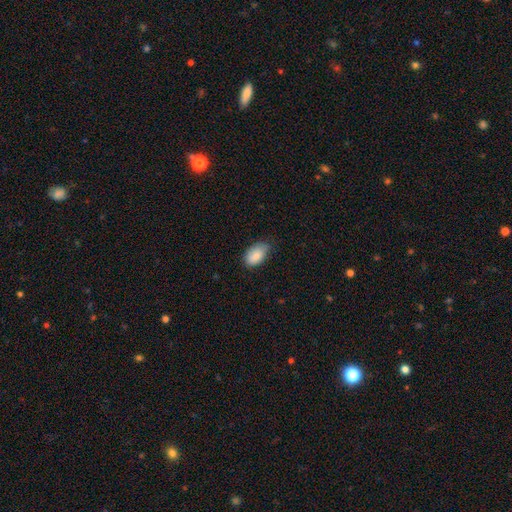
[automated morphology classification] smooth_or_featured: smooth (p=0.85) [alt: featured or disk p=0.08]
how_rounded: in between (p=0.93) [alt: round p=0.06]
merging: none (p=0.66) [alt: minor disturbance p=0.29]